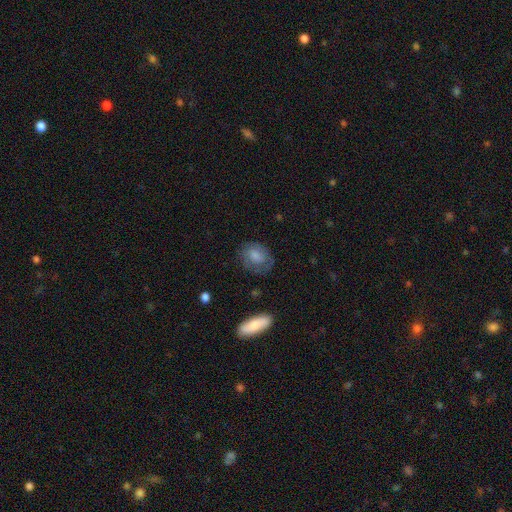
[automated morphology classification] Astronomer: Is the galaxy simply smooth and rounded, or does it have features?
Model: smooth — 65%.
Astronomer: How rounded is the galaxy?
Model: round — 53% (runner-up: in between, 46%).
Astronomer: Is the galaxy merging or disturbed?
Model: none — 62%.